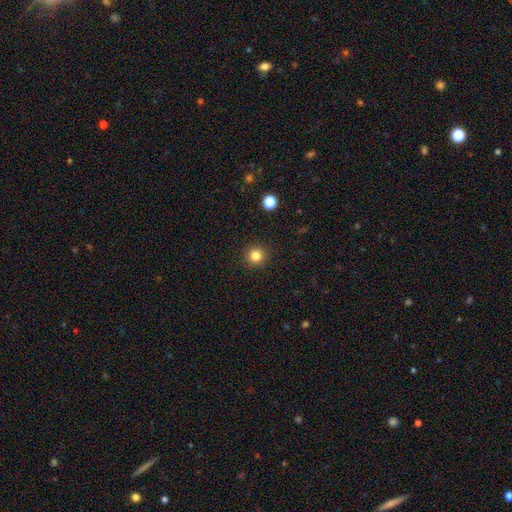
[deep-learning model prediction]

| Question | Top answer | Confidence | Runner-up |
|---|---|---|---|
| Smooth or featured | smooth | 82% | star or artifact (12%) |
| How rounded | round | 95% | in between (5%) |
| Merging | none | 92% | minor disturbance (5%) |